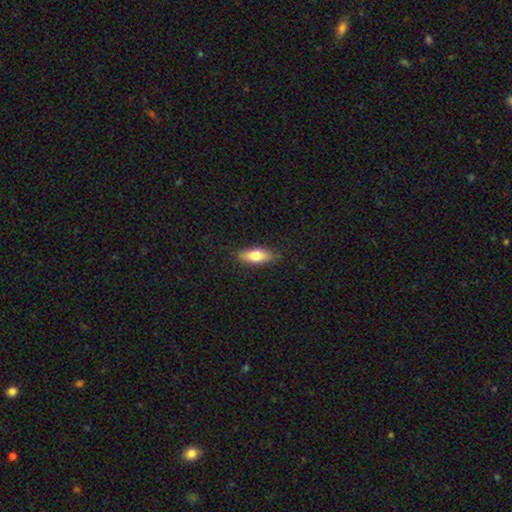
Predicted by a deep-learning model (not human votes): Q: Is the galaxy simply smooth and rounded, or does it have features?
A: smooth — 74%.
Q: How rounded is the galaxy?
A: in between — 71%.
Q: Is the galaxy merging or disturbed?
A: none — 86%.